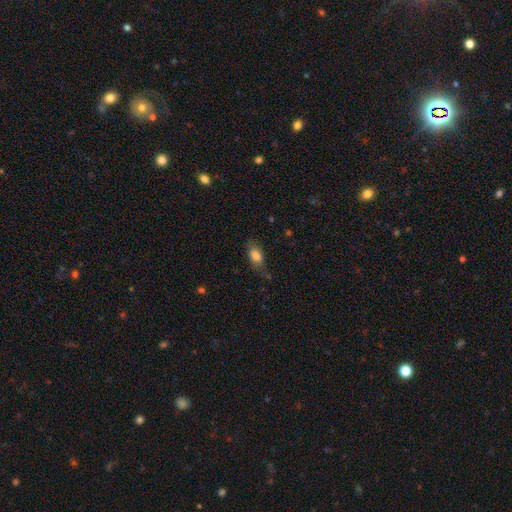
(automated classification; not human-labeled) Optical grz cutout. It shows a smooth galaxy with no disk features (76%) that is in between round and cigar-shaped (83%). Merging: none (59%).